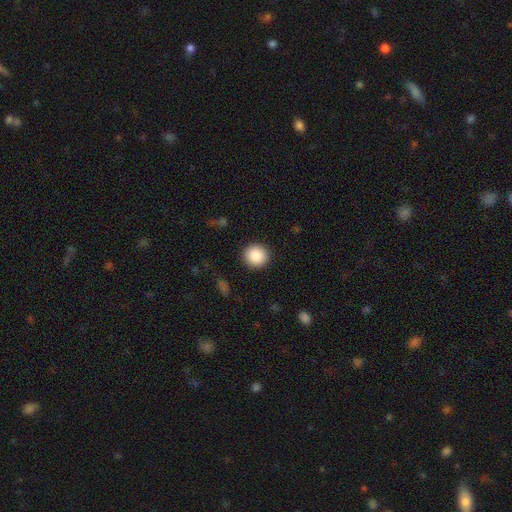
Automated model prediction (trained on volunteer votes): Smooth or featured: smooth — 88% (star or artifact — 8%)
How rounded: round — 92% (in between — 7%)
Merging: none — 91% (minor disturbance — 6%)